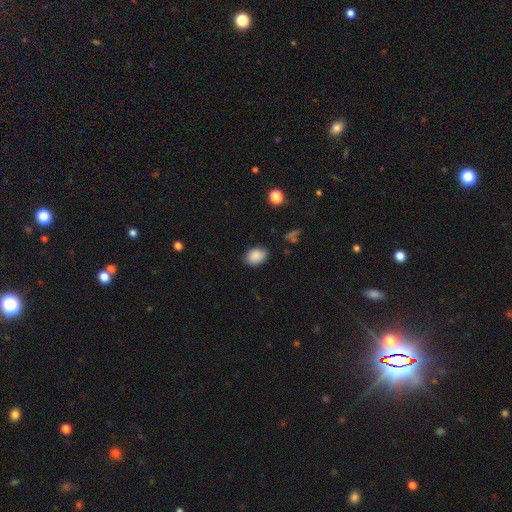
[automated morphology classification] The model was most divided on "how rounded": in between: 76%, round: 23%, cigar-shaped: 1%. More confident: smooth or featured — smooth (87%); merging — none (85%).